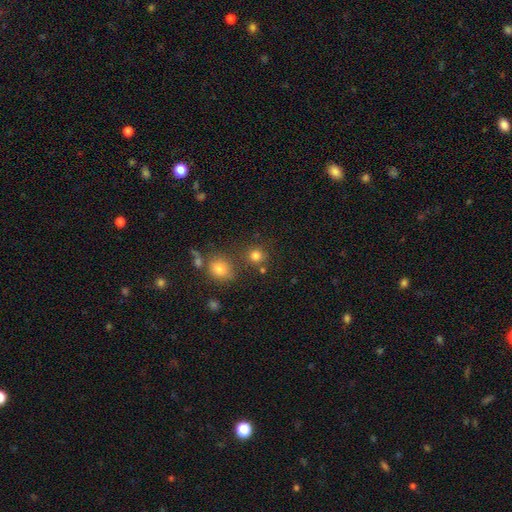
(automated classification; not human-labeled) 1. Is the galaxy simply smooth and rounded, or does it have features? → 79% smooth, 15% star or artifact, 6% featured or disk.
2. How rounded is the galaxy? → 88% round, 11% in between, 1% cigar-shaped.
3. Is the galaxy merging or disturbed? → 75% none, 12% merger, 10% minor disturbance, 4% major disturbance.